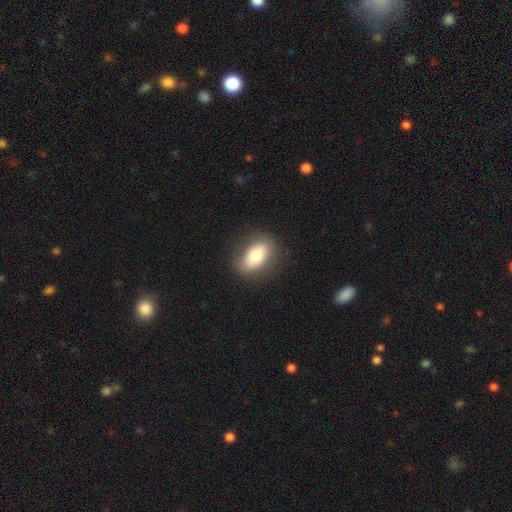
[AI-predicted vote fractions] A smooth galaxy with no disk features (70%) that is in between round and cigar-shaped (86%).

Vote fractions:
- Smooth or featured? smooth: 70% / featured or disk: 23% / star or artifact: 7%
- How rounded? in between: 86% / round: 11% / cigar-shaped: 3%
- Merging? none: 83% / minor disturbance: 12% / major disturbance: 4% / merger: 1%